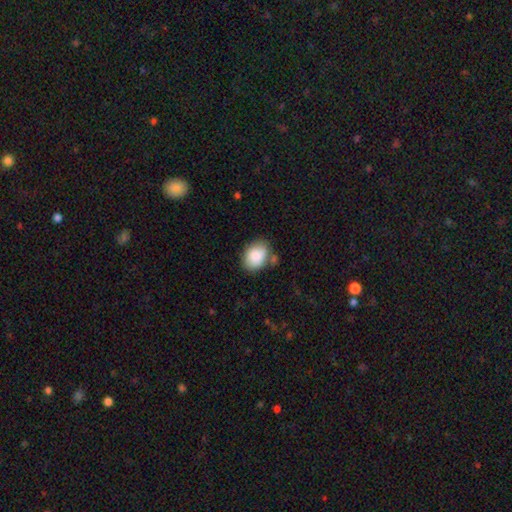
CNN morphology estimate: Smooth or featured? Predicted: smooth (p=0.86). How rounded? Predicted: in between (p=0.67). Merging? Predicted: none (p=0.66).